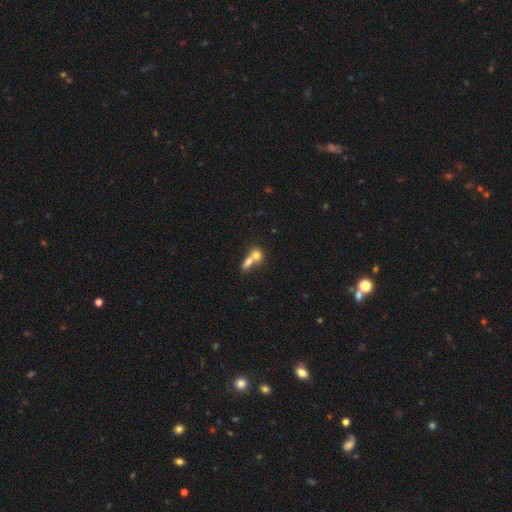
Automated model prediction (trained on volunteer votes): This appears to be a smooth galaxy with no disk features (72%) that is in between round and cigar-shaped (46%). Merging: merger (65%).